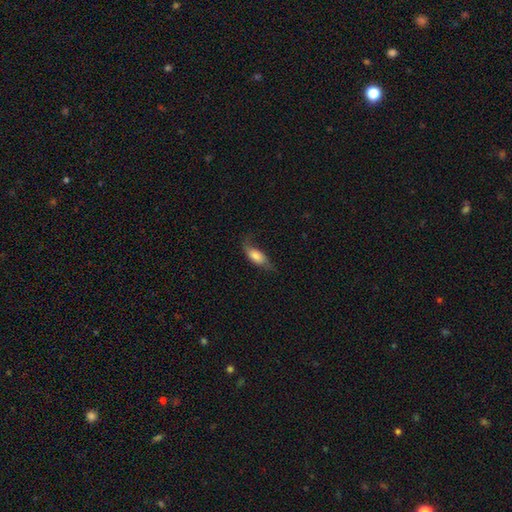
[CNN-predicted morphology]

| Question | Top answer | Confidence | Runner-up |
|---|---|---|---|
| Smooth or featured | smooth | 63% | featured or disk (30%) |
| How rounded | in between | 79% | cigar-shaped (17%) |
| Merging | none | 45% | minor disturbance (31%) |